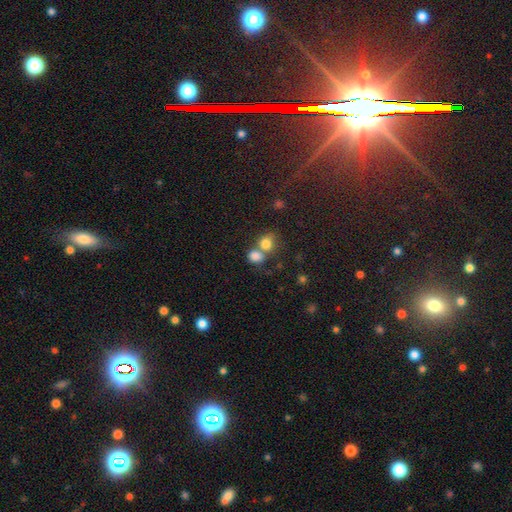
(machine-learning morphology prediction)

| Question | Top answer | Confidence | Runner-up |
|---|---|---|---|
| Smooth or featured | smooth | 80% | star or artifact (11%) |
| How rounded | round | 57% | in between (42%) |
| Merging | merger | 52% | none (35%) |